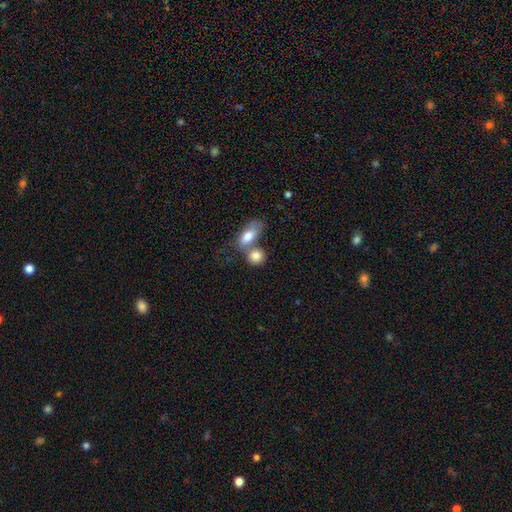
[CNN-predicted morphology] This is clearly a smooth galaxy (81%). How rounded: possibly round (53%). Merging: possibly merger (50%).